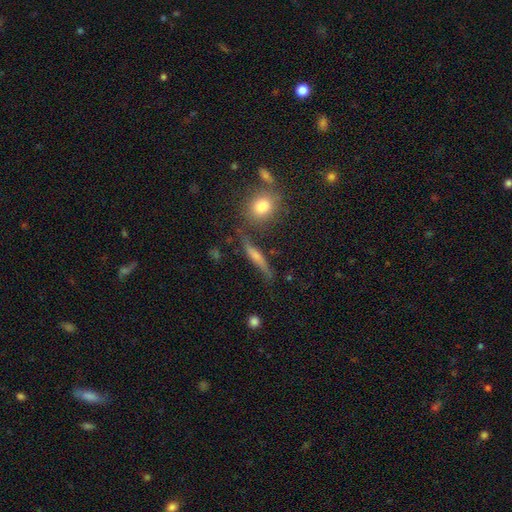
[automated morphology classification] A featured or disk galaxy (54%) viewed edge-on (83%). Merging: none (70%).